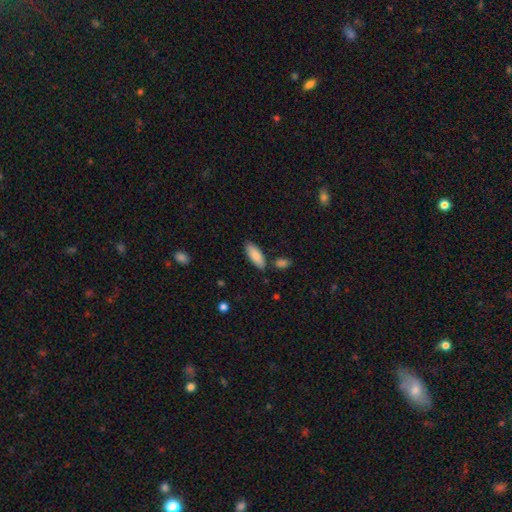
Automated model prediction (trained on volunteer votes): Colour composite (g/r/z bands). It shows a smooth galaxy with no disk features (85%) that is in between round and cigar-shaped (77%). Merging: none (82%).